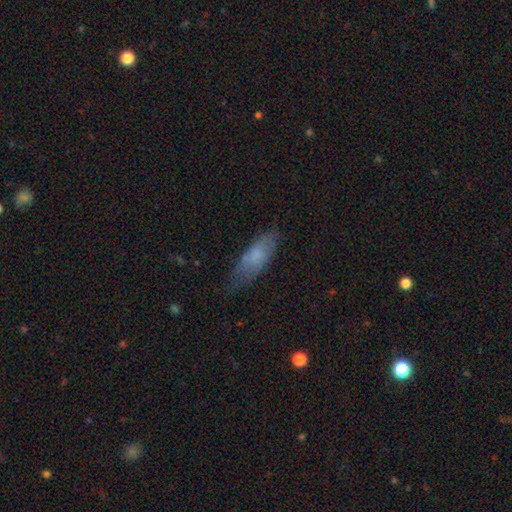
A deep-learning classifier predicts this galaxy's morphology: type=smooth (67%); roundness=in between (63%); merging=none (57%).